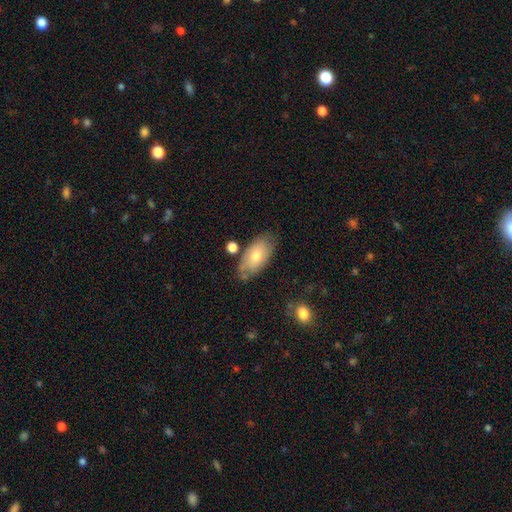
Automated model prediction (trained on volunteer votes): Smooth or featured? smooth (69%)
How rounded? in between (92%)
Merging? none (67%)